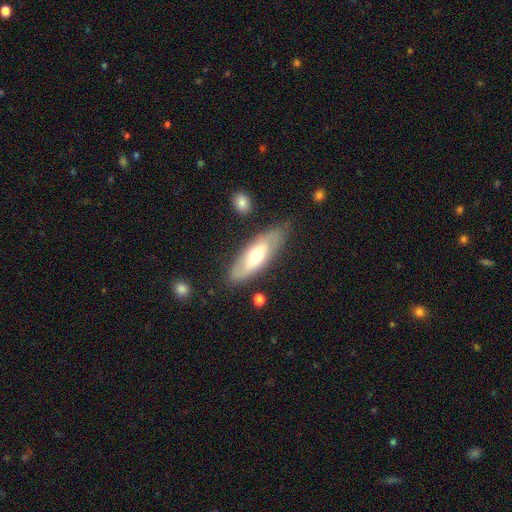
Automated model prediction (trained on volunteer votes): featured or disk 48%, smooth 46%, star or artifact 5%. Down the decision tree: merging — none (76%).